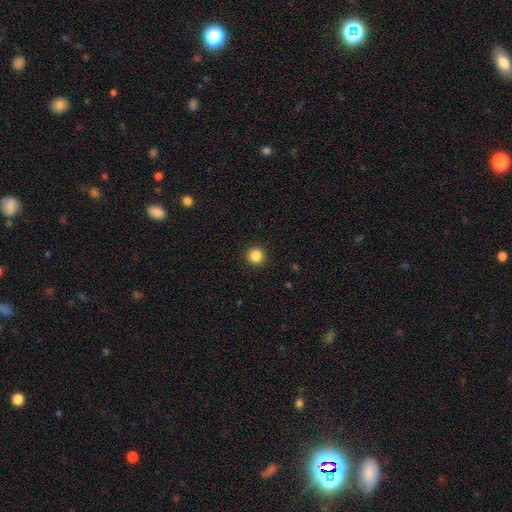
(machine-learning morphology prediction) smooth-or-featured: smooth: 86% | star or artifact: 11% | featured or disk: 4%
  how-rounded: round: 95% | in between: 4% | cigar-shaped: 1%
  merging: none: 93% | minor disturbance: 4% | major disturbance: 2% | merger: 1%